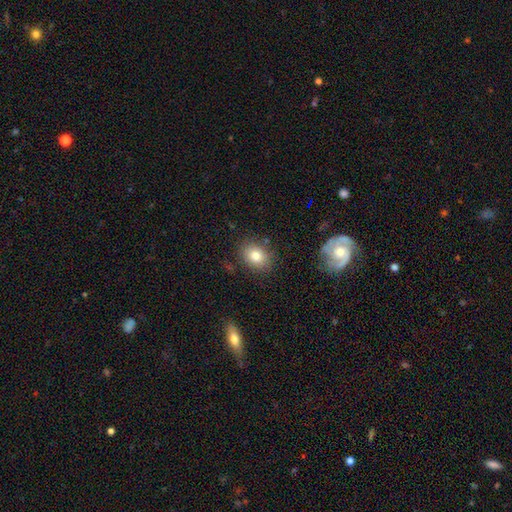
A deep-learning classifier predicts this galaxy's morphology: This is clearly a smooth galaxy (81%). How rounded: possibly in between (55%). Merging: clearly none (83%).